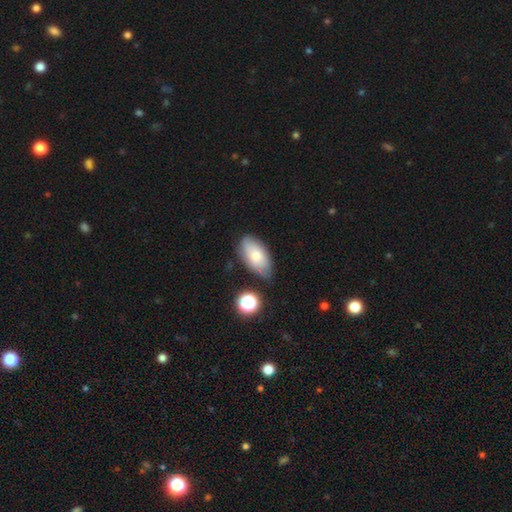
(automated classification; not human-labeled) Smooth or featured?
  - smooth: 73% *
  - featured or disk: 19%
  - star or artifact: 8%
How rounded?
  - in between: 92% *
  - round: 4%
  - cigar-shaped: 3%
Merging?
  - none: 66% *
  - minor disturbance: 24%
  - major disturbance: 5%
  - merger: 5%